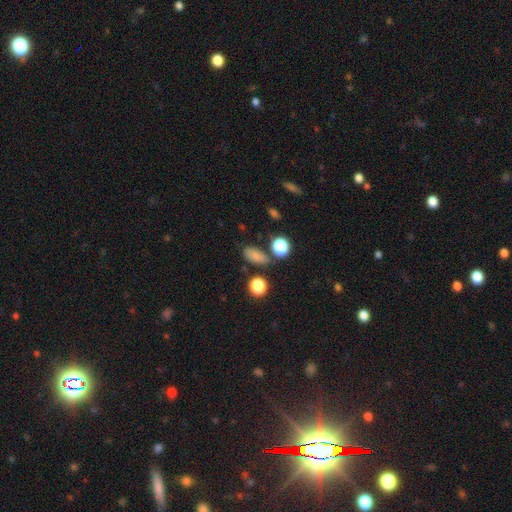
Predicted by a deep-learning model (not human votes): Smooth or featured? smooth (75%)
How rounded? in between (81%)
Merging? none (73%)